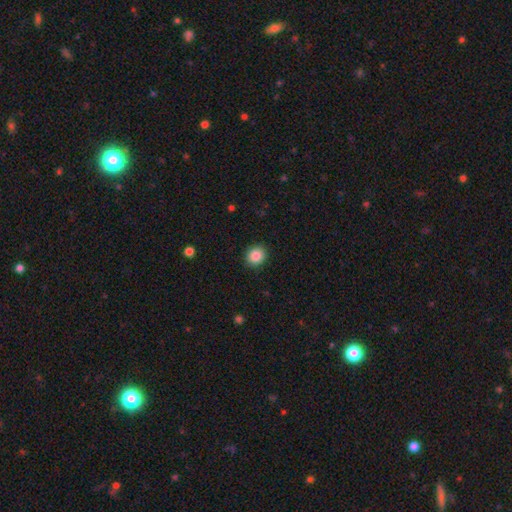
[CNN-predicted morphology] Q: Smooth or featured?
A: smooth (87%); runner-up: star or artifact (9%)
Q: How rounded?
A: round (79%); runner-up: in between (20%)
Q: Merging?
A: none (90%); runner-up: minor disturbance (7%)